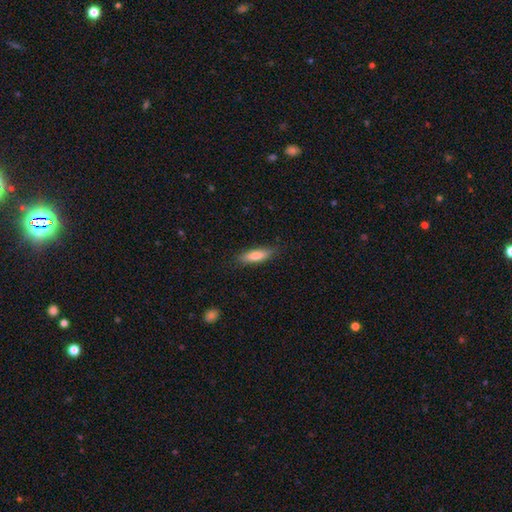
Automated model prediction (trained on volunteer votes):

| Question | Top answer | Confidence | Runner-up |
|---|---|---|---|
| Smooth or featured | smooth | 76% | featured or disk (18%) |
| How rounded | cigar-shaped | 53% | in between (45%) |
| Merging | none | 84% | minor disturbance (12%) |